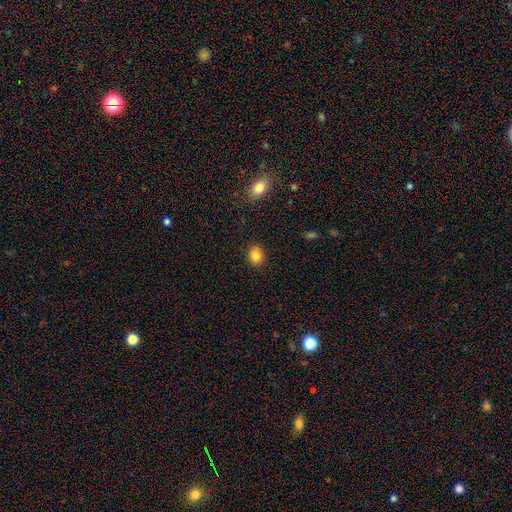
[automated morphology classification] Q: Smooth or featured?
A: smooth (84%); runner-up: star or artifact (10%)
Q: How rounded?
A: round (62%); runner-up: in between (37%)
Q: Merging?
A: none (88%); runner-up: minor disturbance (9%)